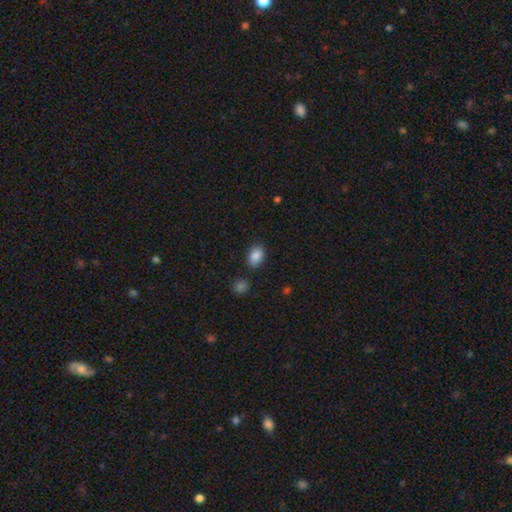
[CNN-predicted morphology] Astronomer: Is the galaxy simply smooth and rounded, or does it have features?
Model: smooth — 87%.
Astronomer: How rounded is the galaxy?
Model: in between — 83%.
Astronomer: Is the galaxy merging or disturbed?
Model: none — 80%.